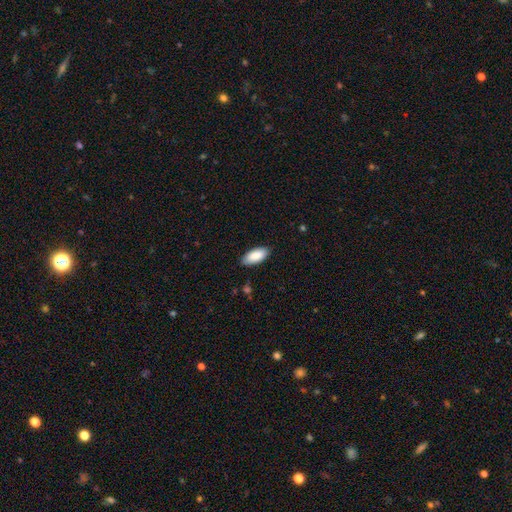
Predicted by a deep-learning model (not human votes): This appears to be a smooth galaxy with no disk features (89%) that is in between round and cigar-shaped (89%). Merging: none (87%).